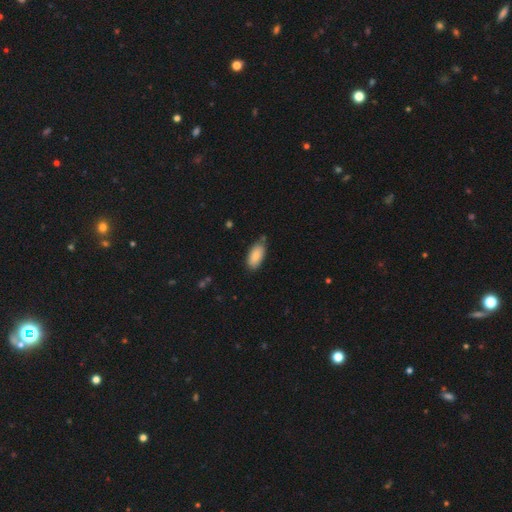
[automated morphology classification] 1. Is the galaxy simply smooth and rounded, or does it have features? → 87% smooth, 7% featured or disk, 6% star or artifact.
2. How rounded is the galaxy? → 91% in between, 7% cigar-shaped, 2% round.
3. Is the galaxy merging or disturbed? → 74% none, 19% minor disturbance, 4% merger, 3% major disturbance.